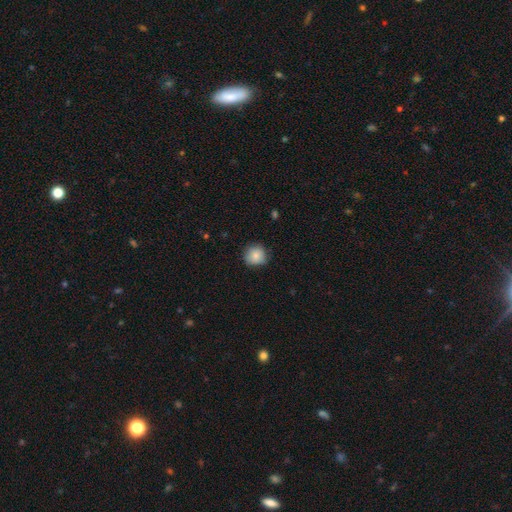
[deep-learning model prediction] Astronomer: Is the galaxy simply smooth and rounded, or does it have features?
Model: smooth — 84%.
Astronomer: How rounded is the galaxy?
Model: round — 90%.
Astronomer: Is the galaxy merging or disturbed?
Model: none — 77%.